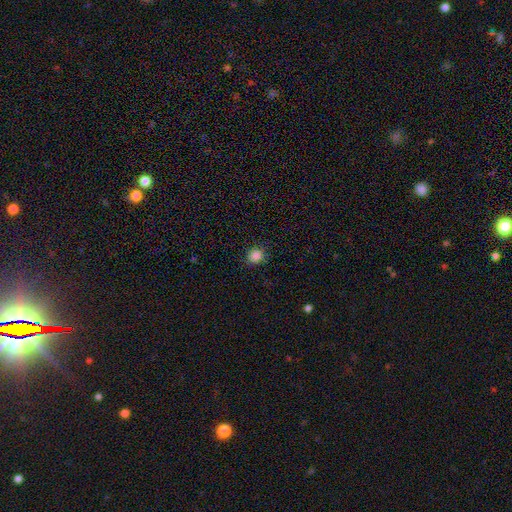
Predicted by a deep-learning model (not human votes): Overall: smooth (86%). How rounded: round (82%). Merging: none (87%).